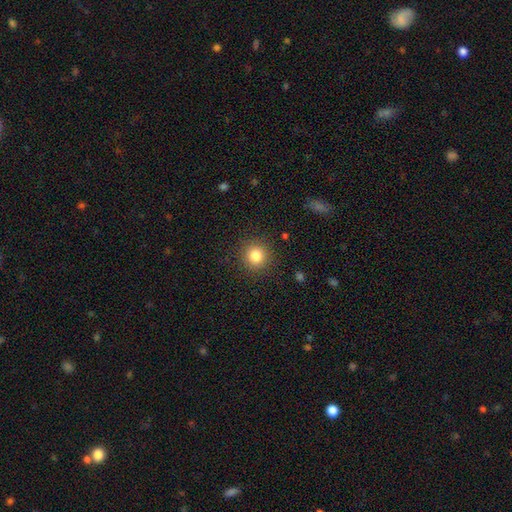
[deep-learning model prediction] Q: Smooth or featured?
A: smooth (82%); runner-up: star or artifact (12%)
Q: How rounded?
A: round (93%); runner-up: in between (6%)
Q: Merging?
A: none (90%); runner-up: minor disturbance (6%)